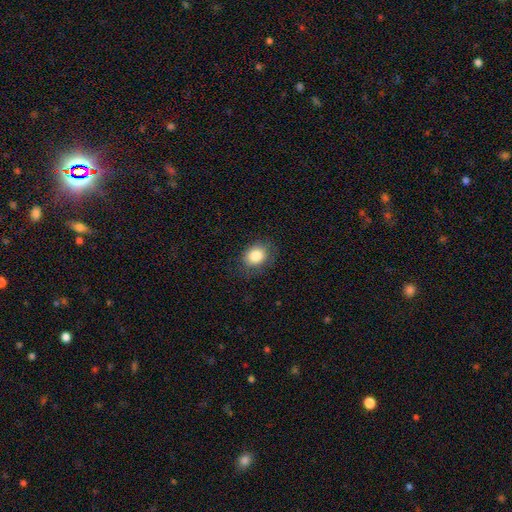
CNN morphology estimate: Overall: smooth (83%). How rounded: round (50%, tied with in between). Merging: none (77%).